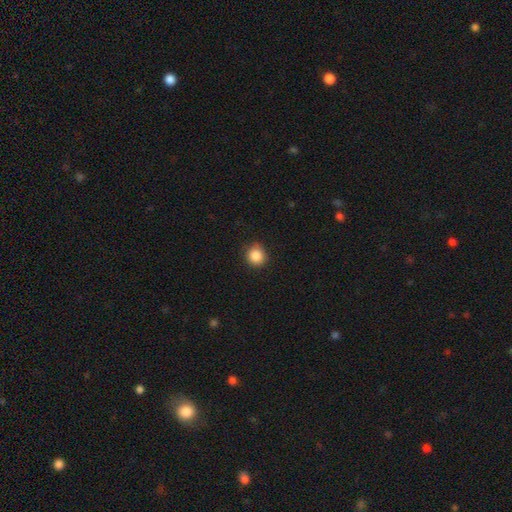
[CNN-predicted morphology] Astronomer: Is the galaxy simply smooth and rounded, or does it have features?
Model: smooth — 87%.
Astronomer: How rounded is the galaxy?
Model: round — 89%.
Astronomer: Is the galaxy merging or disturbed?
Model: none — 88%.